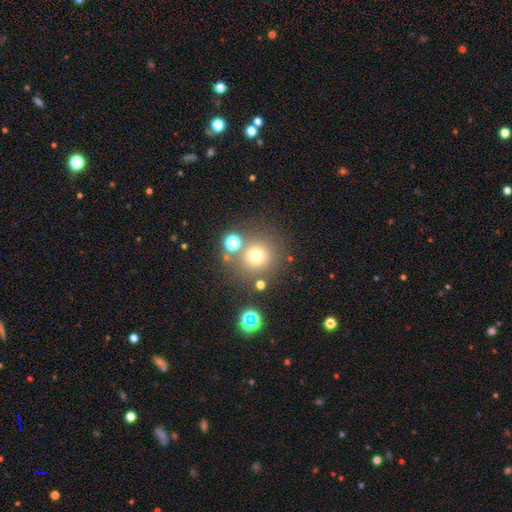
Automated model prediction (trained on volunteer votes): Morphology: type=smooth (69%); roundness=round (94%); merging=none (76%).